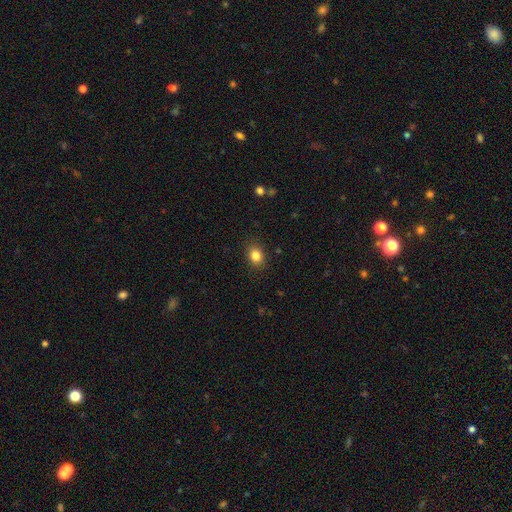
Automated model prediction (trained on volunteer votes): This appears to be a smooth galaxy with no disk features (84%) that is in between round and cigar-shaped (56%). Merging: none (87%).